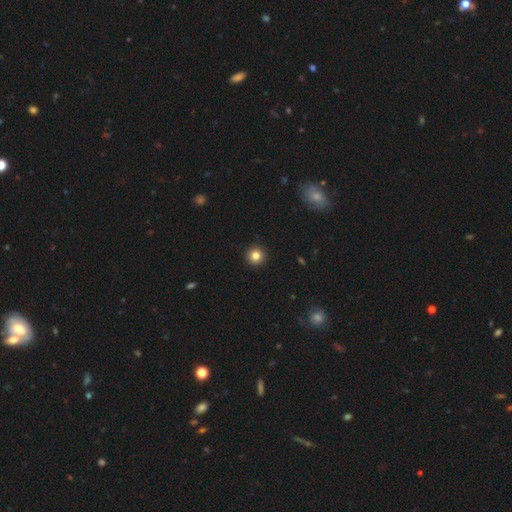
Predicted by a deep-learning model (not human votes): This is clearly a smooth galaxy (83%). How rounded: clearly round (95%). Merging: clearly none (94%).